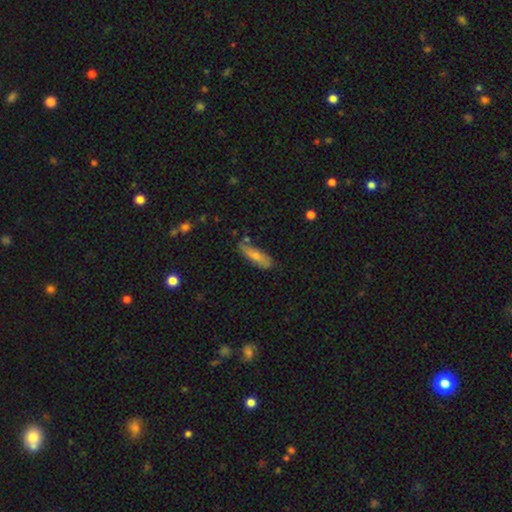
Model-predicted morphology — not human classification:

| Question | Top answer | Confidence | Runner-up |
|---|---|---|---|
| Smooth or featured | smooth | 72% | featured or disk (22%) |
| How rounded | in between | 51% | cigar-shaped (47%) |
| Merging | none | 69% | minor disturbance (22%) |